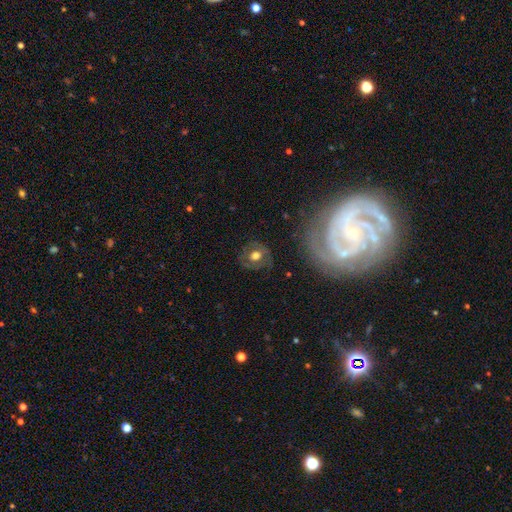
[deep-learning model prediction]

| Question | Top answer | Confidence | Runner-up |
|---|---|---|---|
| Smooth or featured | smooth | 46% | featured or disk (44%) |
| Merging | none | 77% | minor disturbance (15%) |